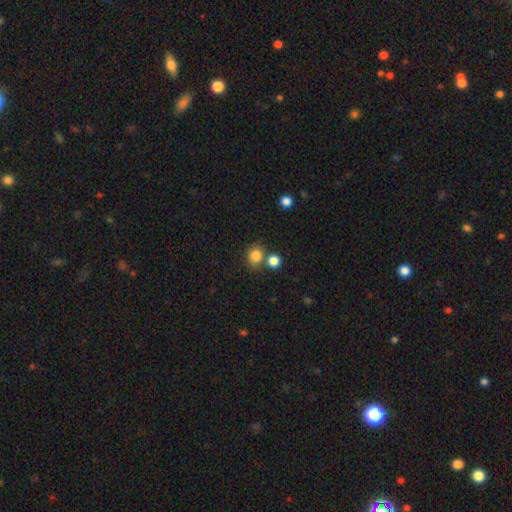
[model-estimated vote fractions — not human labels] This appears to be a smooth galaxy with no disk features (83%) that is round (78%). Merging: none (67%).